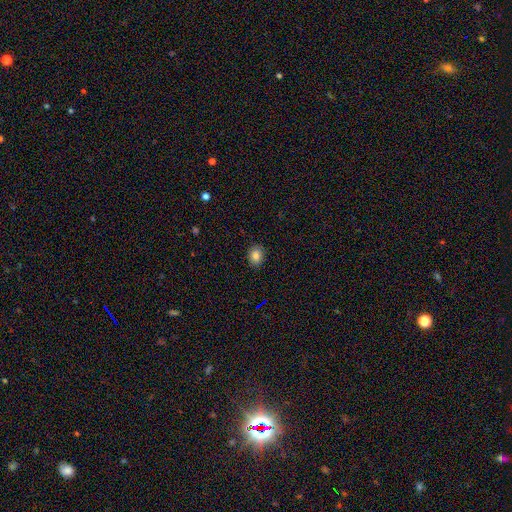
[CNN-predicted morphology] A smooth galaxy with no disk features (84%) that is in between round and cigar-shaped (53%). Merging: none (87%).